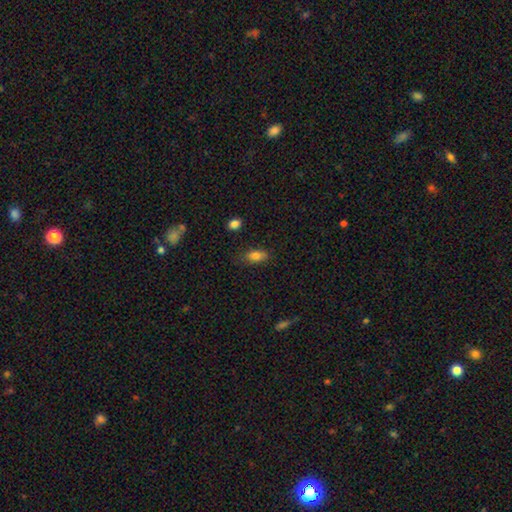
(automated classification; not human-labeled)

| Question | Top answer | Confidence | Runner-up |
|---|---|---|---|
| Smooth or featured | smooth | 82% | star or artifact (9%) |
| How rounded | in between | 86% | cigar-shaped (9%) |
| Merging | none | 77% | minor disturbance (17%) |